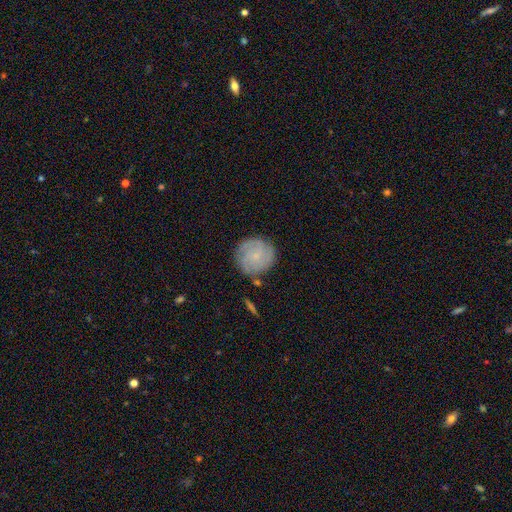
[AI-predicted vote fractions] Smooth or featured? Predicted: featured or disk (p=0.53). Edge-on disk? Predicted: no (p=0.98). Bar? Predicted: no (p=0.77). Spiral arms? Predicted: yes (p=0.87). Bulge size? Predicted: small (p=0.76). Merging? Predicted: none (p=0.77).